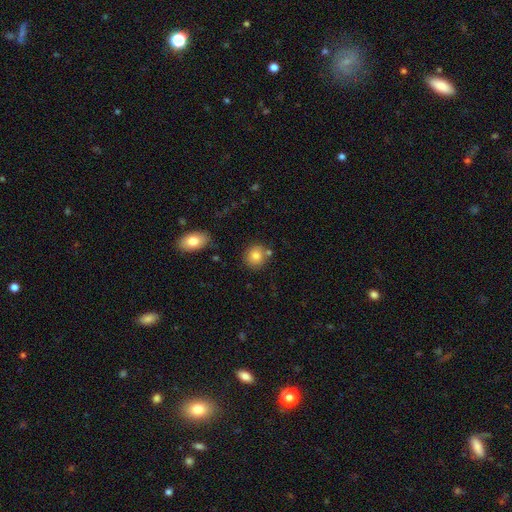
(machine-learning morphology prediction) smooth-or-featured: smooth: 82% | star or artifact: 10% | featured or disk: 9%
  how-rounded: round: 86% | in between: 13% | cigar-shaped: 1%
  merging: none: 79% | minor disturbance: 9% | merger: 9% | major disturbance: 2%